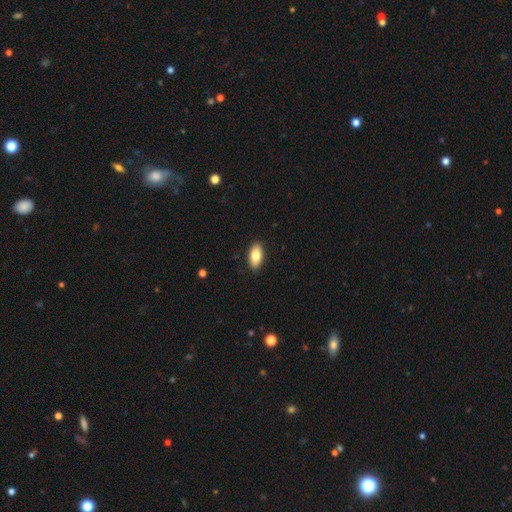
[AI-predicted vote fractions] smooth 81%, featured or disk 12%, star or artifact 7%. Down the decision tree: how rounded — in between (92%); merging — none (89%).